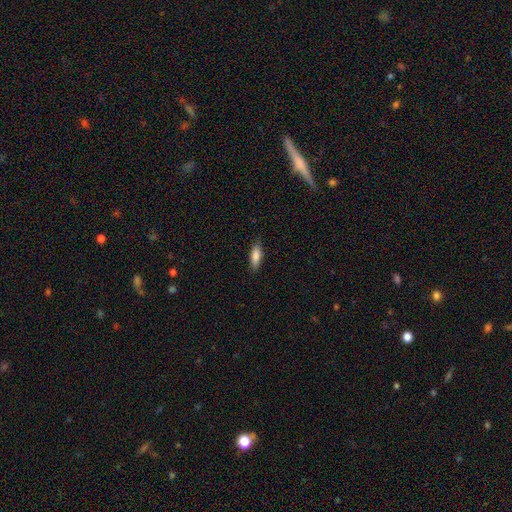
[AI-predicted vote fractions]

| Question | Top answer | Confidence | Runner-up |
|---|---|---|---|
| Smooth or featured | smooth | 82% | featured or disk (11%) |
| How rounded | in between | 54% | cigar-shaped (44%) |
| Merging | none | 83% | minor disturbance (13%) |